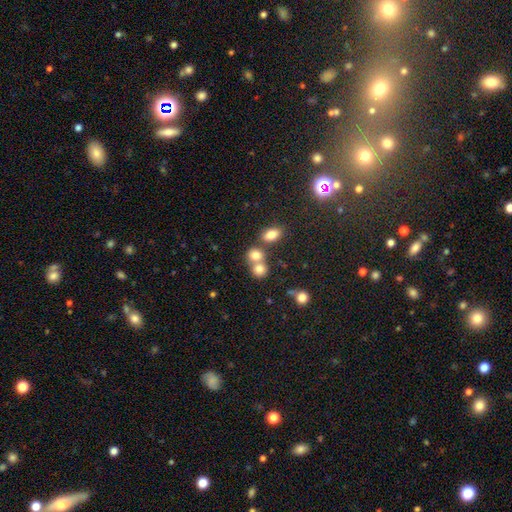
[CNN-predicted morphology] A smooth galaxy with no disk features (77%) that is round (67%).

Vote fractions:
- Smooth or featured? smooth: 77% / star or artifact: 13% / featured or disk: 10%
- How rounded? round: 67% / in between: 32% / cigar-shaped: 1%
- Merging? merger: 48% / none: 42% / minor disturbance: 7% / major disturbance: 3%